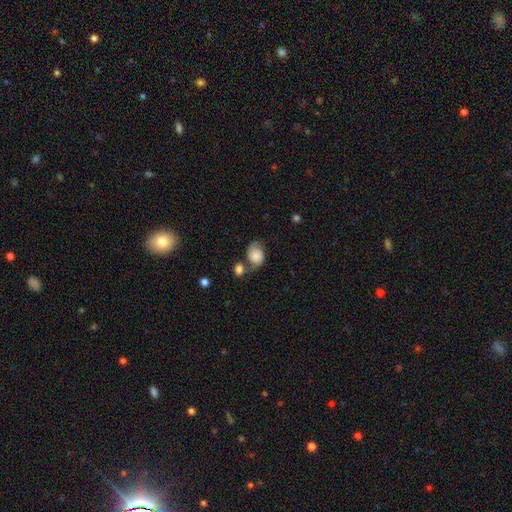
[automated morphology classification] smooth_or_featured: smooth (p=0.60) [alt: featured or disk p=0.31]
how_rounded: in between (p=0.51) [alt: round p=0.48]
merging: none (p=0.36) [alt: merger p=0.30]